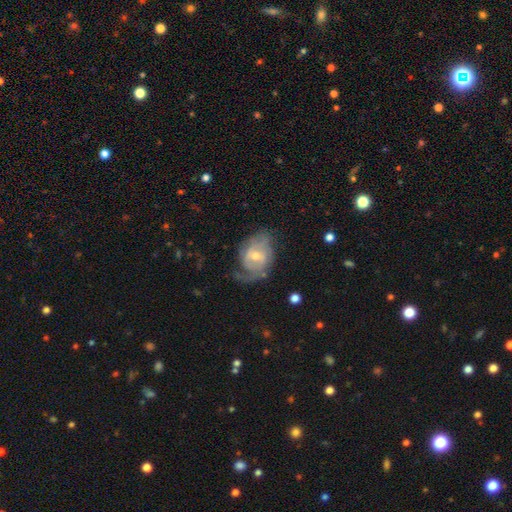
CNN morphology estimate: featured or disk 73%, smooth 21%, star or artifact 6%. Down the decision tree: edge-on disk — no (96%); bar — no (46%); spiral arms — yes (85%); spiral arm count — 2 (44%); spiral winding — tight (40%); bulge size — moderate (51%); merging — none (48%).